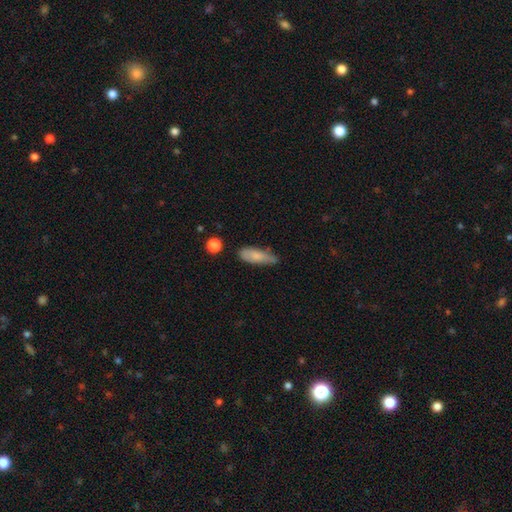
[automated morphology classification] A smooth galaxy with no disk features (75%) that is in between round and cigar-shaped (60%). Merging: none (54%).